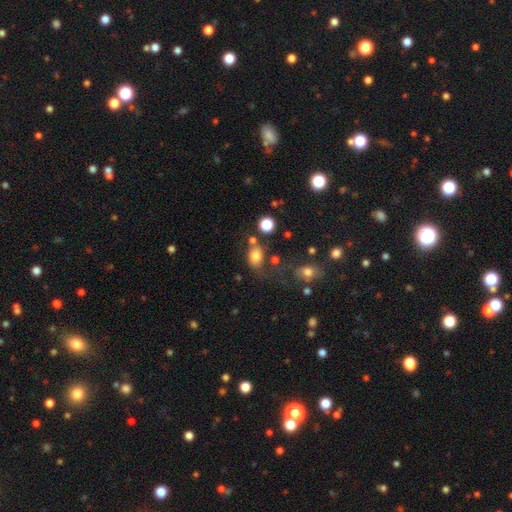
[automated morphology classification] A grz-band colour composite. It shows a smooth galaxy with no disk features (78%) that is in between round and cigar-shaped (65%). Merging: none (54%).